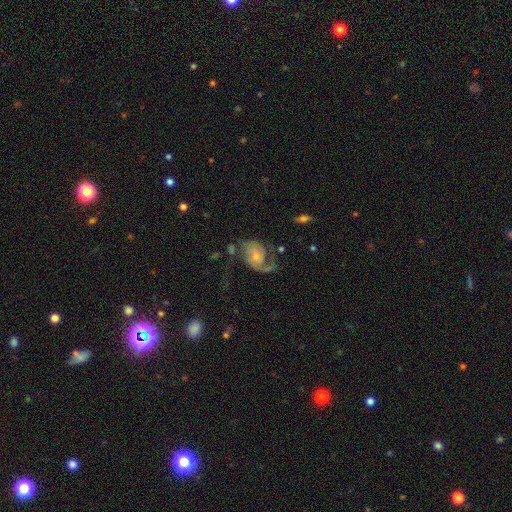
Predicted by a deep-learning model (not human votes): Smooth or featured? featured or disk (79%)
Edge-on disk? no (97%)
Bar? no (66%)
Spiral arms? yes (93%)
Spiral winding? medium (42%)
Spiral arm count? 2 (57%)
Bulge size? small (53%)
Merging? none (41%)